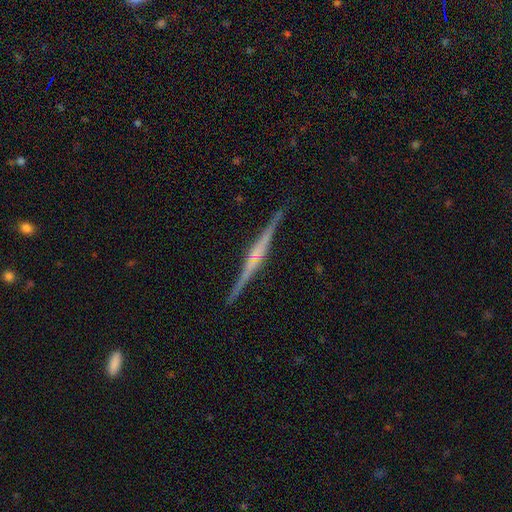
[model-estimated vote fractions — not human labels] A featured or disk galaxy (80%) viewed edge-on (98%) with a rounded central bulge (41%). Merging: none (90%).